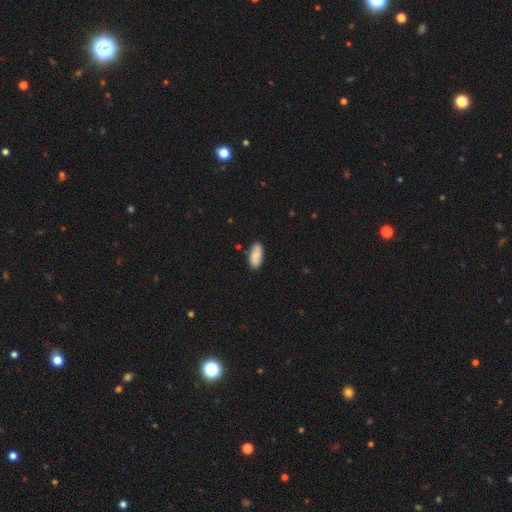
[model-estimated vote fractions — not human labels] smooth-or-featured: smooth: 81% | featured or disk: 12% | star or artifact: 7%
  how-rounded: in between: 89% | cigar-shaped: 8% | round: 2%
  merging: none: 83% | minor disturbance: 13% | major disturbance: 2% | merger: 2%